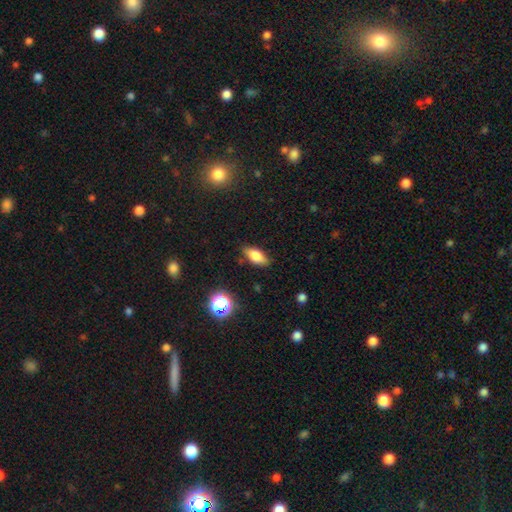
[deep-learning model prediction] The model was most divided on "smooth or featured": smooth: 78%, featured or disk: 12%, star or artifact: 10%. More confident: how rounded — in between (85%); merging — none (82%).